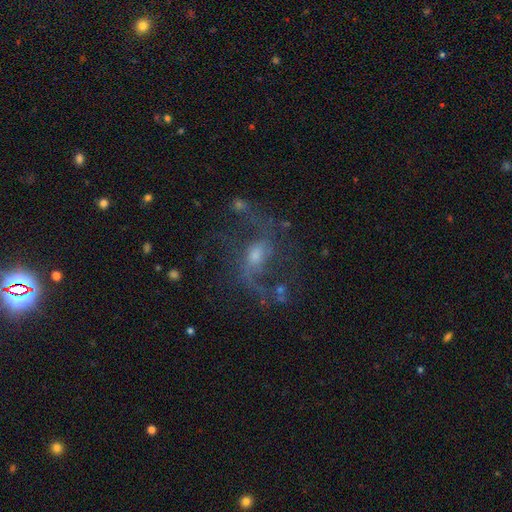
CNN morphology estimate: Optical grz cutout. It shows a featured or disk galaxy (79%) with a weak bar (47%), 2 (82%) loose (63%) spiral arms (89%) and a moderate central bulge (47%). Merging: none (57%).